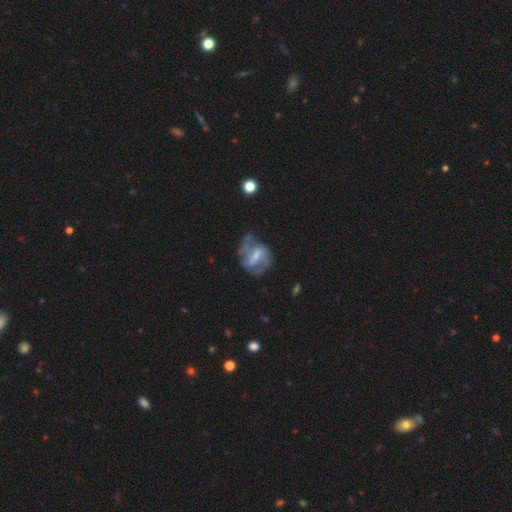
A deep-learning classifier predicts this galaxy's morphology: This is likely a featured or disk galaxy (70%). It is clearly not viewed edge-on (96%). Bar: marginally weak (42%). Spiral arm pattern: likely yes (71%). Central bulge: marginally small (38%). Merging: possibly none (51%).